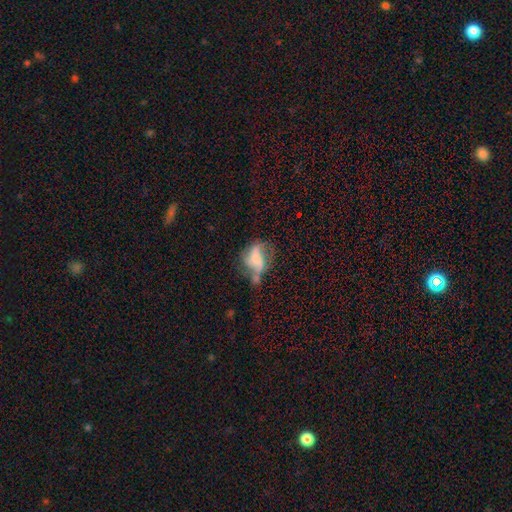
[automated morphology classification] A featured or disk galaxy (48%). Merging: major disturbance (32%).